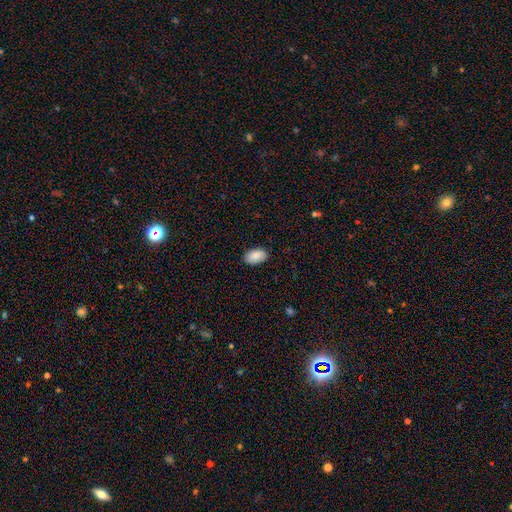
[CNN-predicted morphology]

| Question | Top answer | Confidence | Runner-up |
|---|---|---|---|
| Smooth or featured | smooth | 89% | star or artifact (6%) |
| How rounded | in between | 94% | round (5%) |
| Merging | none | 86% | minor disturbance (11%) |